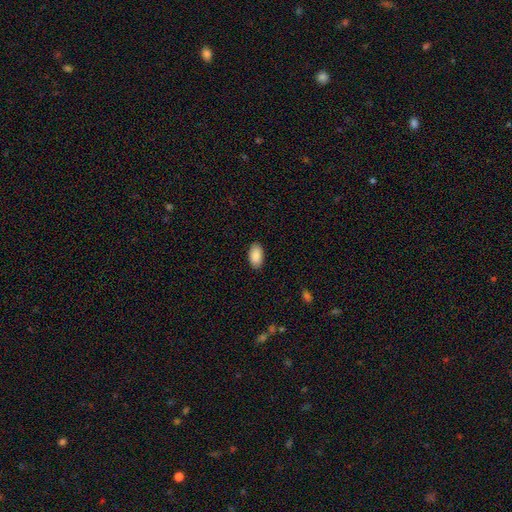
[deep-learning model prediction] A smooth galaxy with no disk features (90%) that is in between round and cigar-shaped (95%). Merging: none (88%).